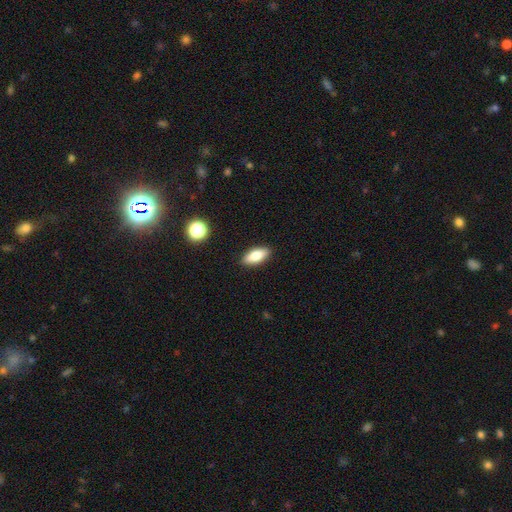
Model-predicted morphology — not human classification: A smooth galaxy with no disk features (79%) that is in between round and cigar-shaped (82%).

Vote fractions:
- Smooth or featured? smooth: 79% / featured or disk: 13% / star or artifact: 7%
- How rounded? in between: 82% / cigar-shaped: 15% / round: 3%
- Merging? none: 89% / minor disturbance: 8% / major disturbance: 2% / merger: 1%